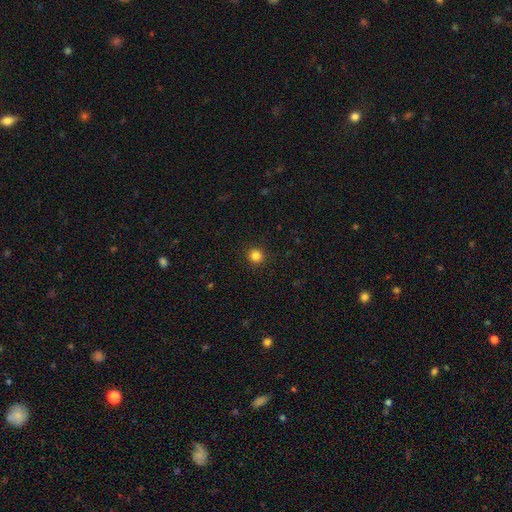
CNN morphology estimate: smooth 83%, star or artifact 13%, featured or disk 4%. Down the decision tree: how rounded — round (94%); merging — none (92%).